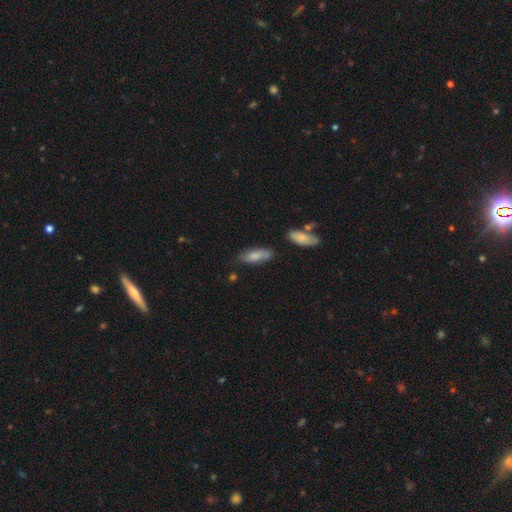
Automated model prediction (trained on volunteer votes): Smooth or featured? Predicted: smooth (p=0.77). How rounded? Predicted: in between (p=0.72). Merging? Predicted: none (p=0.65).